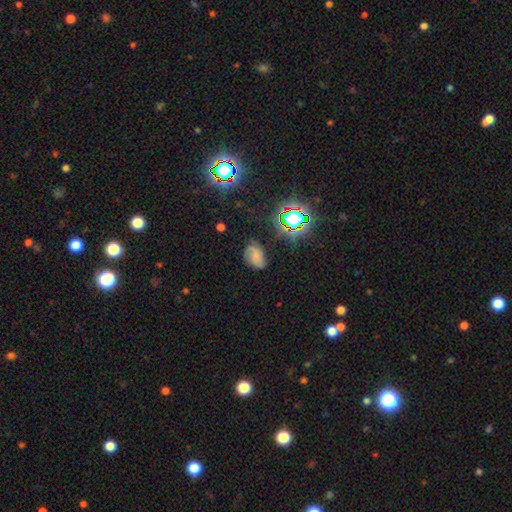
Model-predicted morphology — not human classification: type=smooth (47%); merging=none (56%).